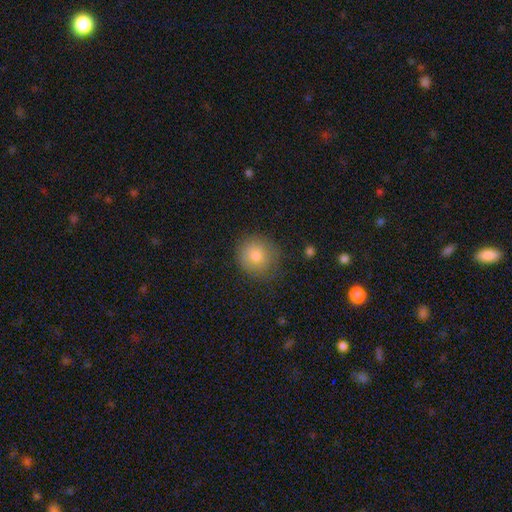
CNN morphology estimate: Smooth or featured? Predicted: smooth (p=0.79). How rounded? Predicted: round (p=0.90). Merging? Predicted: none (p=0.82).